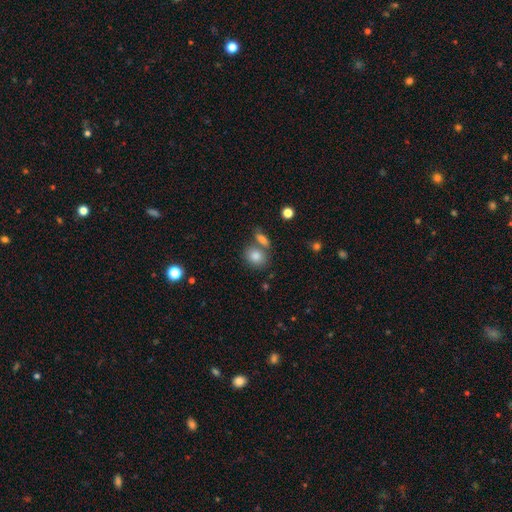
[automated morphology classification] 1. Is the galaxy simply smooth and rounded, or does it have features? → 84% smooth, 9% star or artifact, 8% featured or disk.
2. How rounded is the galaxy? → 51% round, 47% in between, 2% cigar-shaped.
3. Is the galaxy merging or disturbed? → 54% none, 31% merger, 11% minor disturbance, 4% major disturbance.